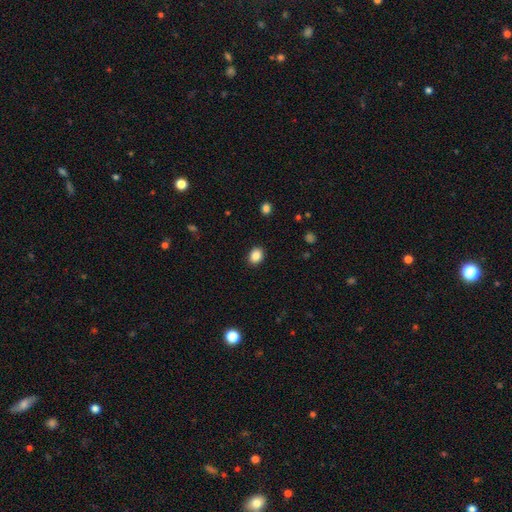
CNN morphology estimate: smooth 87%, star or artifact 9%, featured or disk 4%. Down the decision tree: how rounded — in between (56%); merging — none (90%).